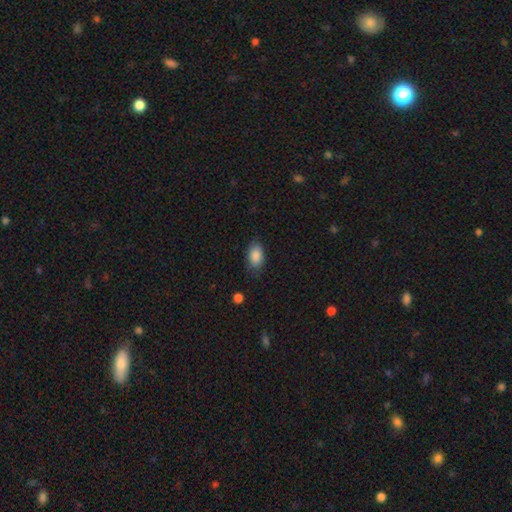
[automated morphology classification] This is clearly a smooth galaxy (87%). How rounded: clearly in between (91%). Merging: likely none (78%).